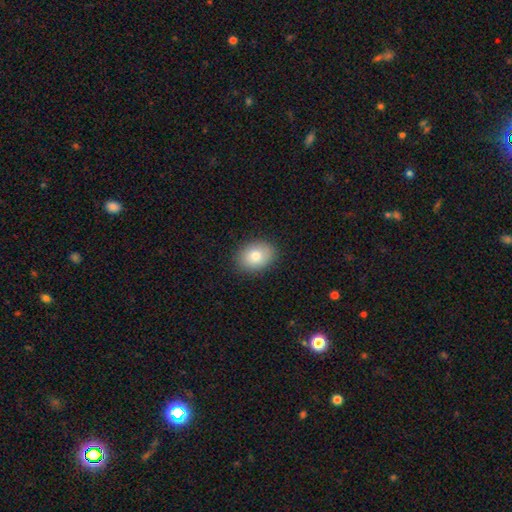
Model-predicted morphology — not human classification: smooth_or_featured: smooth (p=0.79) [alt: featured or disk p=0.12]
how_rounded: in between (p=0.66) [alt: round p=0.34]
merging: none (p=0.88) [alt: minor disturbance p=0.09]